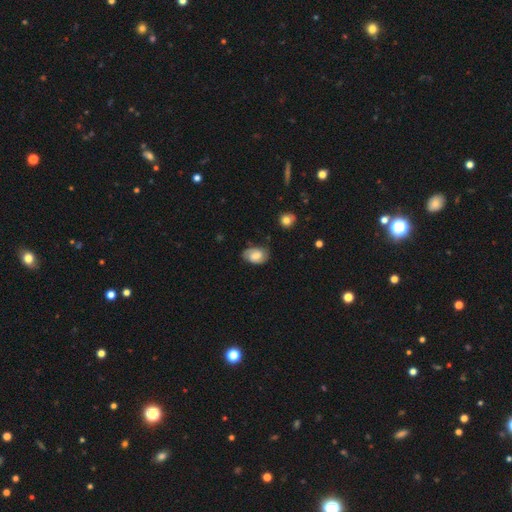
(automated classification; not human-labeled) Smooth or featured? Predicted: featured or disk (p=0.49). Merging? Predicted: none (p=0.68).